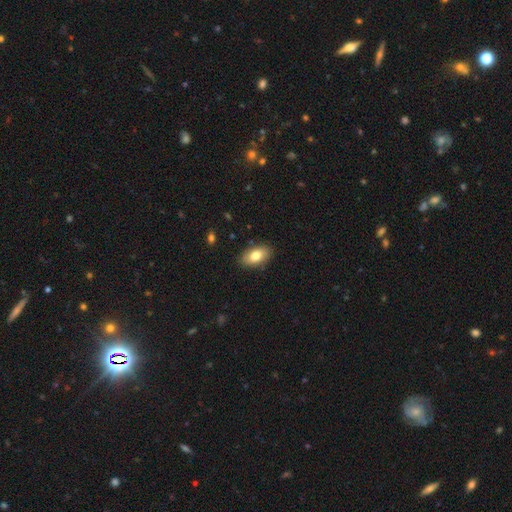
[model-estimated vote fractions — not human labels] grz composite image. It shows a smooth galaxy with no disk features (78%) that is in between round and cigar-shaped (92%). Merging: none (87%).